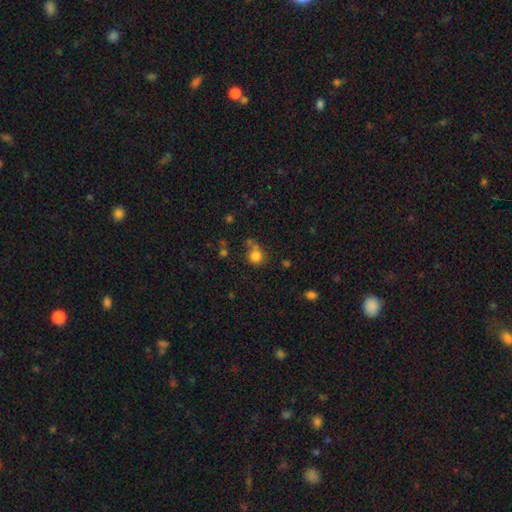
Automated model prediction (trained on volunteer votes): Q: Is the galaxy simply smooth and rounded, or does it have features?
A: smooth — 81%.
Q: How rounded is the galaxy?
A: round — 87%.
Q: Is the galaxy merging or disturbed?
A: none — 62%.